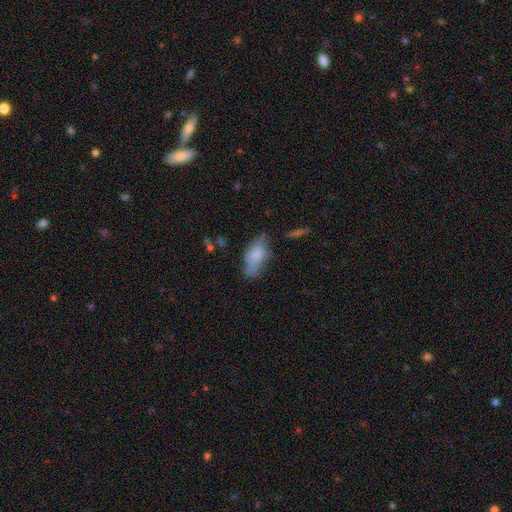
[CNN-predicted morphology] The model was most divided on "merging": none: 44%, minor disturbance: 34%, major disturbance: 17%, merger: 5%. More confident: how rounded — in between (88%); smooth or featured — smooth (68%).